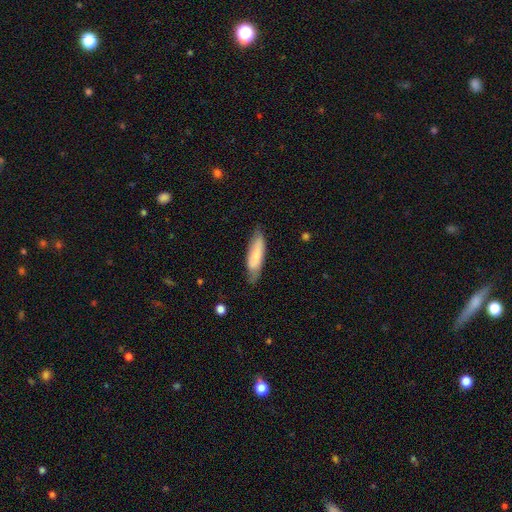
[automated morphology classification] smooth 71%, featured or disk 23%, star or artifact 6%. Down the decision tree: how rounded — cigar-shaped (59%); merging — none (73%).